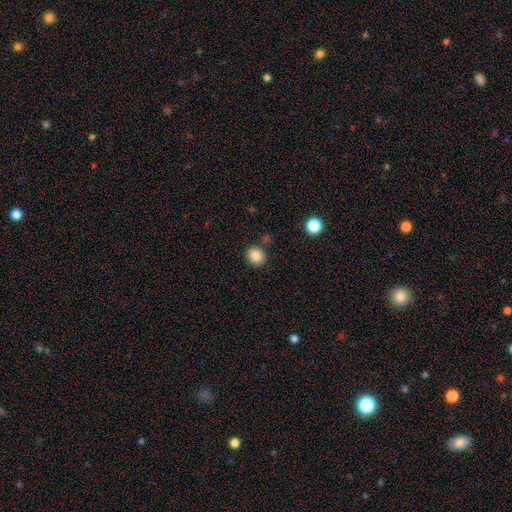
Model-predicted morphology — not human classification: smooth-or-featured: smooth: 86% | star or artifact: 10% | featured or disk: 4%
  how-rounded: round: 81% | in between: 18% | cigar-shaped: 1%
  merging: none: 83% | minor disturbance: 9% | merger: 5% | major disturbance: 3%